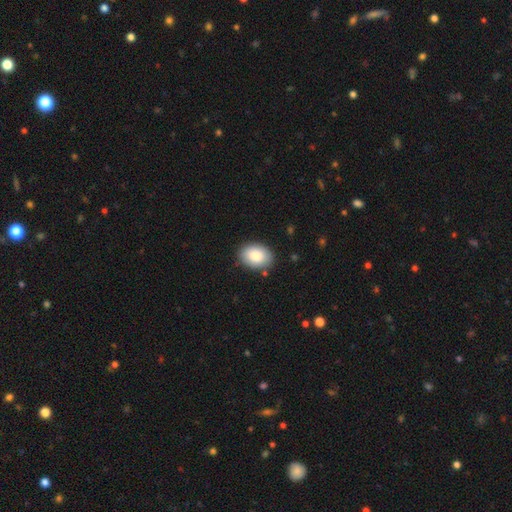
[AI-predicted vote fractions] smooth 86%, featured or disk 8%, star or artifact 7%. Down the decision tree: how rounded — in between (78%); merging — none (85%).